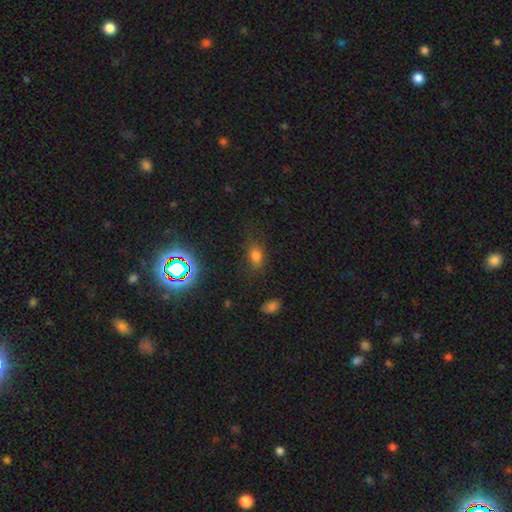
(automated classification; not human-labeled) Overall: smooth (72%). How rounded: in between (74%). Merging: none (75%).